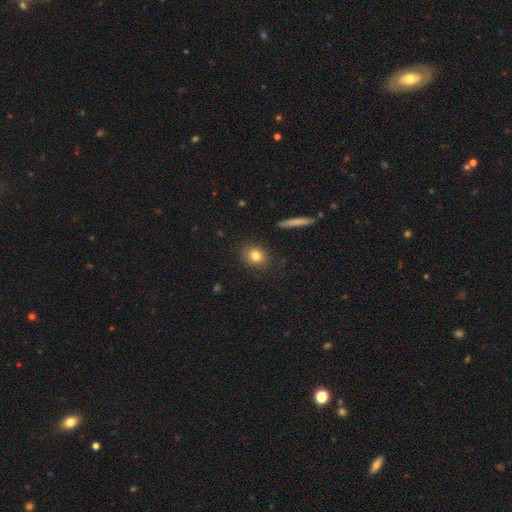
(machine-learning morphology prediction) Q: Smooth or featured?
A: smooth (79%); runner-up: featured or disk (11%)
Q: How rounded?
A: round (68%); runner-up: in between (30%)
Q: Merging?
A: none (85%); runner-up: minor disturbance (11%)